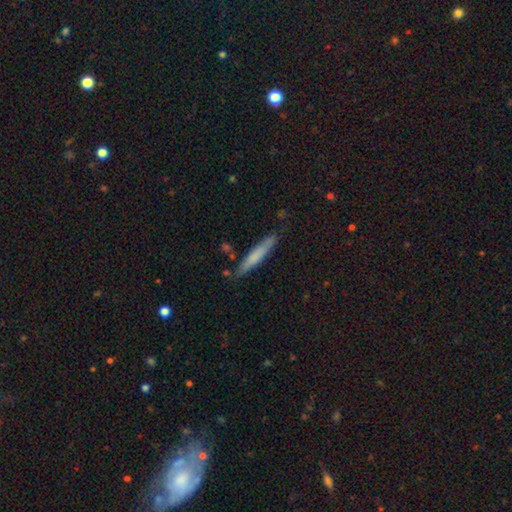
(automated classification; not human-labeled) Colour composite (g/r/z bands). It shows a smooth galaxy with no disk features (67%) that is cigar-shaped (93%). Merging: none (83%).